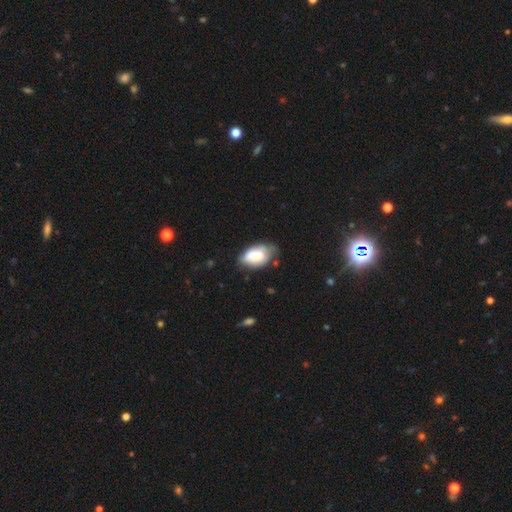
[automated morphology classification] Smooth or featured? smooth (74%)
How rounded? in between (92%)
Merging? none (51%)